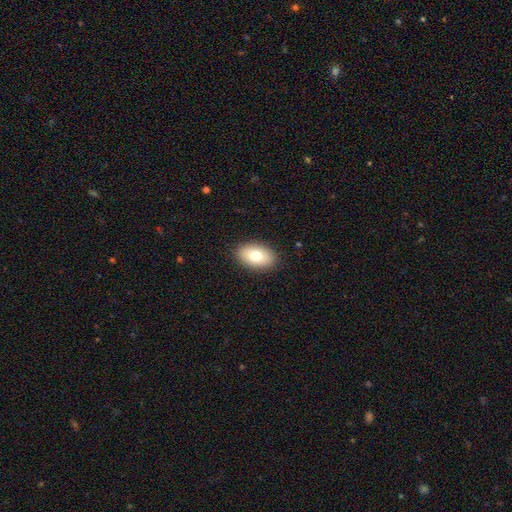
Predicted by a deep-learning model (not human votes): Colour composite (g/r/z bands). It shows a smooth galaxy with no disk features (77%) that is in between round and cigar-shaped (91%). Merging: none (89%).